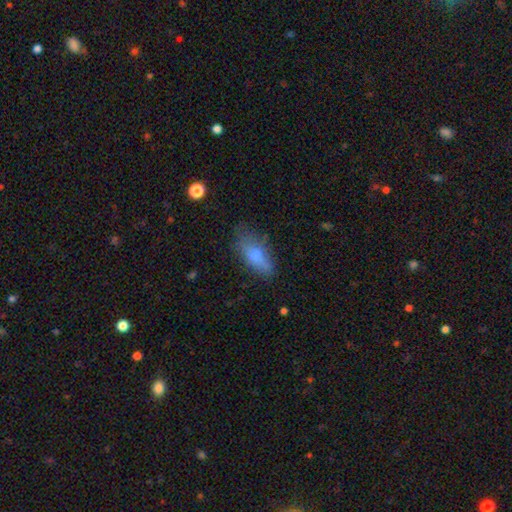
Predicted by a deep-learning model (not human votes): Overall: smooth (74%). How rounded: in between (77%). Merging: none (56%; minor disturbance 28%).